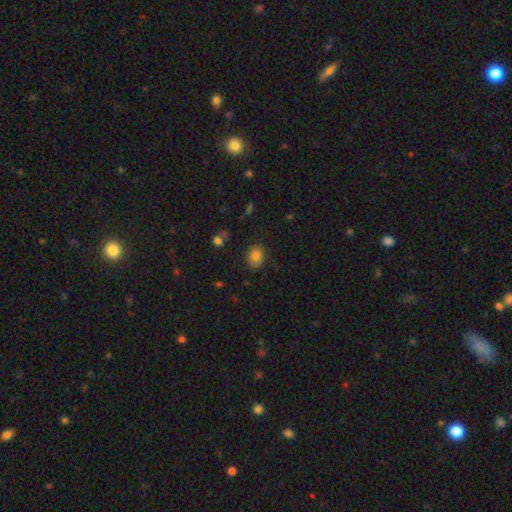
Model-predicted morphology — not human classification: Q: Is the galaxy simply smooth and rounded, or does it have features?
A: smooth — 84%.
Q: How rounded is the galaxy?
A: round — 52%.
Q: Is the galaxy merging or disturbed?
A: none — 81%.